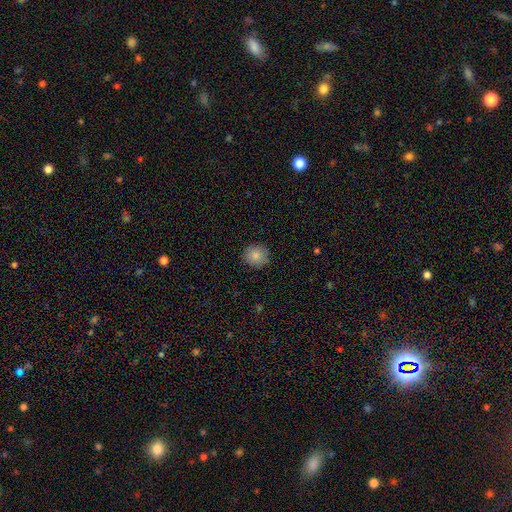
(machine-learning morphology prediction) A smooth galaxy with no disk features (84%) that is round (87%). Merging: none (87%).